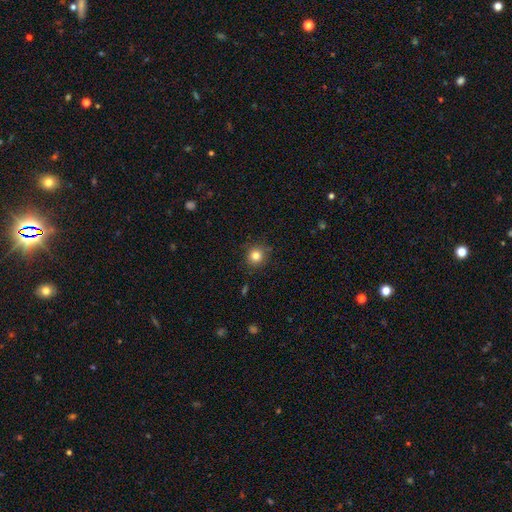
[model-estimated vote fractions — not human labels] Smooth or featured? Predicted: smooth (p=0.82). How rounded? Predicted: round (p=0.91). Merging? Predicted: none (p=0.87).